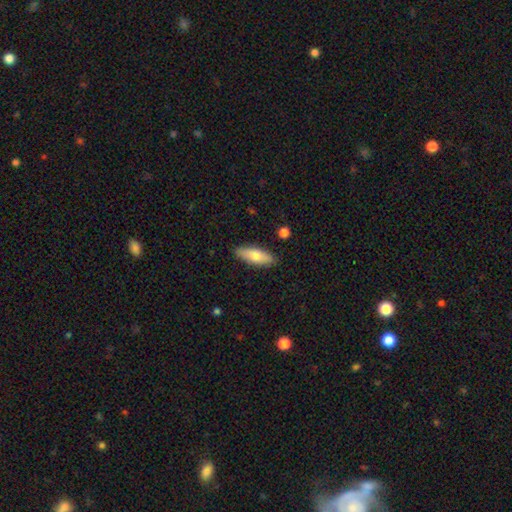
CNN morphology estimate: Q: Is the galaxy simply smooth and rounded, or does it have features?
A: smooth — 73%.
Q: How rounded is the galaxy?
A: in between — 66%.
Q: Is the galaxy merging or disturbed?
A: none — 88%.